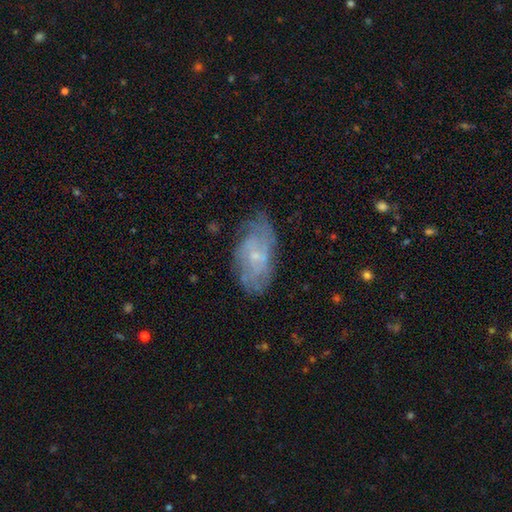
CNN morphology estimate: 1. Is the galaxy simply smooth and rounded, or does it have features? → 63% featured or disk, 28% smooth, 9% star or artifact.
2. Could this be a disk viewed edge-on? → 93% no, 7% yes.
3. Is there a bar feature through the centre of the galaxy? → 65% no, 30% weak, 5% strong.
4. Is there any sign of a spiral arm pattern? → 75% yes, 25% no.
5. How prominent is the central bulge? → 70% small, 21% moderate, 6% none, 1% large, 1% dominant.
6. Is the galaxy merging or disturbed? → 66% none, 24% minor disturbance, 9% major disturbance, 2% merger.